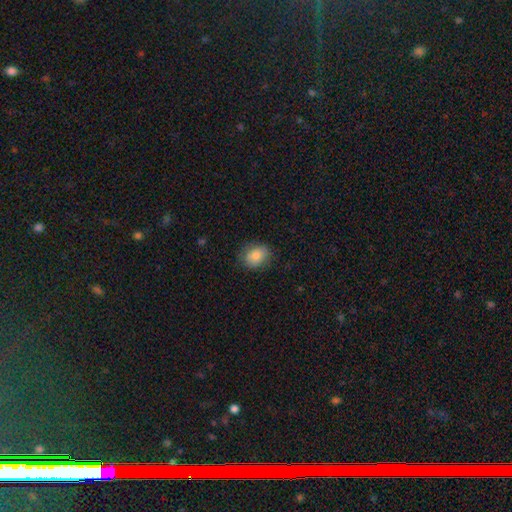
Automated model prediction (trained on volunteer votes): This appears to be a smooth galaxy with no disk features (82%) that is in between round and cigar-shaped (55%). Merging: none (82%).